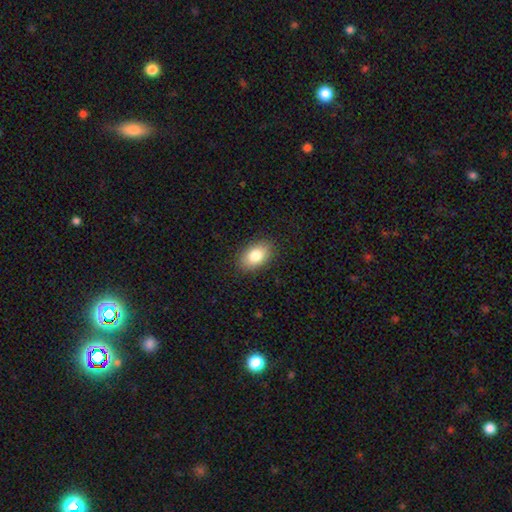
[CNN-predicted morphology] smooth-or-featured: smooth: 82% | featured or disk: 11% | star or artifact: 8%
  how-rounded: in between: 89% | round: 10% | cigar-shaped: 1%
  merging: none: 87% | minor disturbance: 9% | major disturbance: 2% | merger: 1%